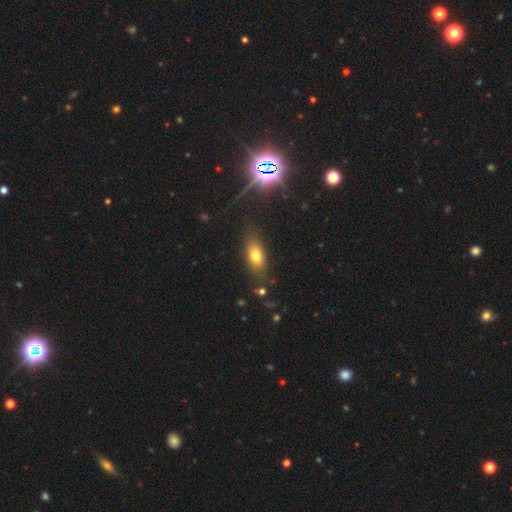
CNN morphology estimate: Smooth or featured?
  - smooth: 73% *
  - featured or disk: 16%
  - star or artifact: 11%
How rounded?
  - in between: 78% *
  - cigar-shaped: 13%
  - round: 9%
Merging?
  - none: 76% *
  - minor disturbance: 16%
  - major disturbance: 5%
  - merger: 3%